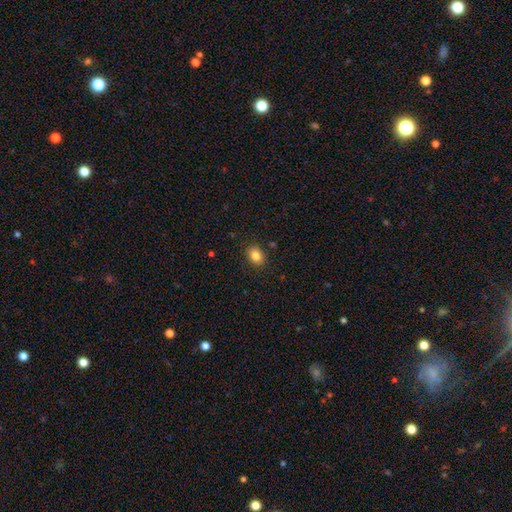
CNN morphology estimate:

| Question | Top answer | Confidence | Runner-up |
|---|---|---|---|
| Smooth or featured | smooth | 84% | star or artifact (10%) |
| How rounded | in between | 61% | round (38%) |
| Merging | none | 86% | minor disturbance (10%) |